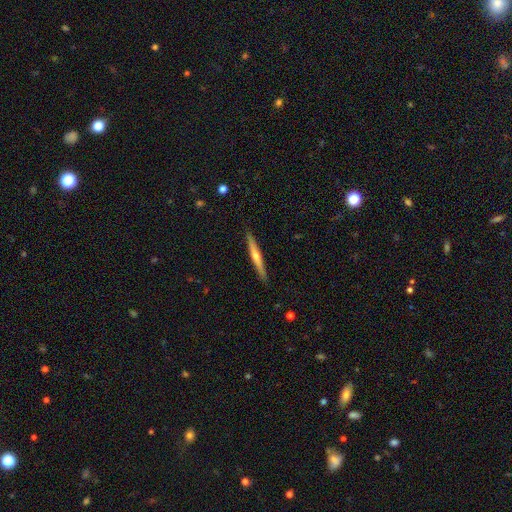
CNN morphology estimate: type=featured or disk (65%); edge-on=yes (97%); edge-on bulge=rounded (78%); merging=none (91%).